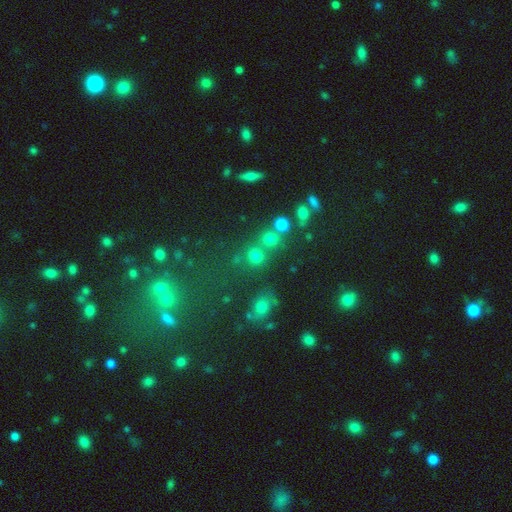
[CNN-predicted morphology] smooth 65%, star or artifact 25%, featured or disk 10%. Down the decision tree: how rounded — round (86%); merging — none (62%).